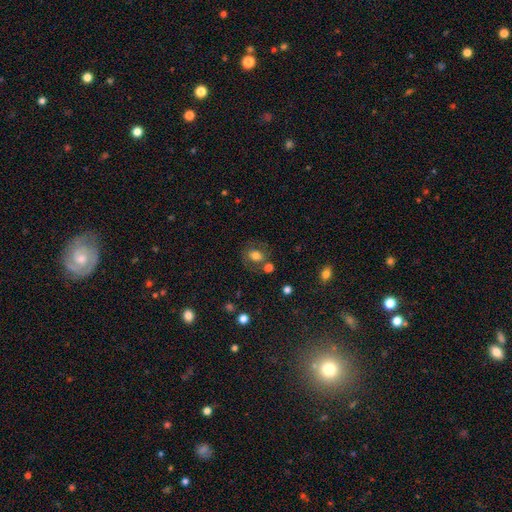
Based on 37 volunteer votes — Smooth or featured? 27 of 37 (73%) said smooth. How rounded? 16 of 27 (59%) said round. Merging? 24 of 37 (65%) said none.